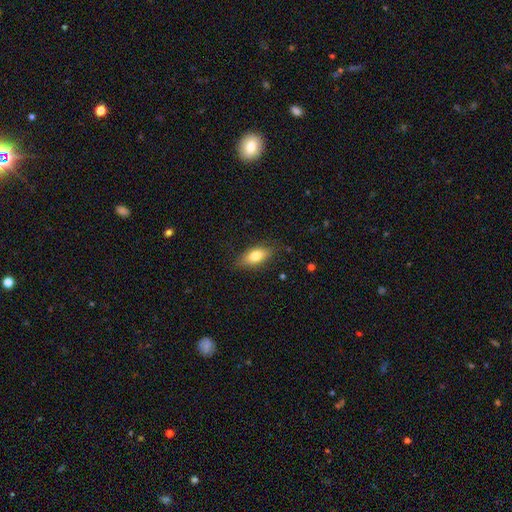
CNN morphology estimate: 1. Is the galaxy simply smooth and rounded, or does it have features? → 76% smooth, 16% featured or disk, 7% star or artifact.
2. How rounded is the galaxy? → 84% in between, 11% cigar-shaped, 5% round.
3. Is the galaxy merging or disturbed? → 83% none, 13% minor disturbance, 3% major disturbance, 1% merger.